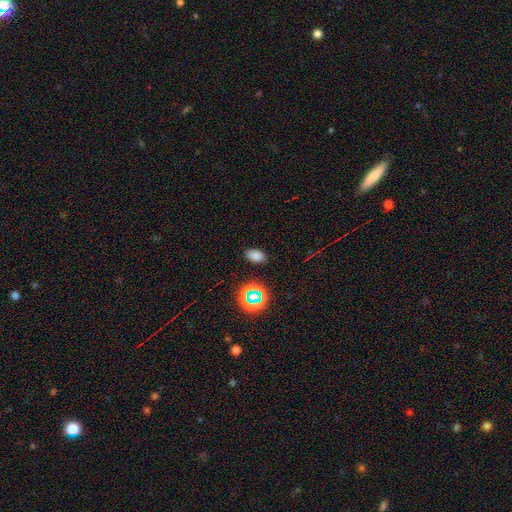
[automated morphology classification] Smooth or featured? smooth (76%)
How rounded? in between (87%)
Merging? none (86%)